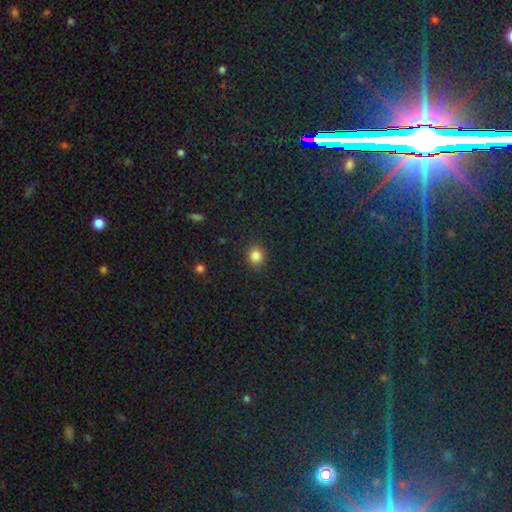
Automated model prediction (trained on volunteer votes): Smooth or featured? smooth (84%)
How rounded? round (77%)
Merging? none (87%)